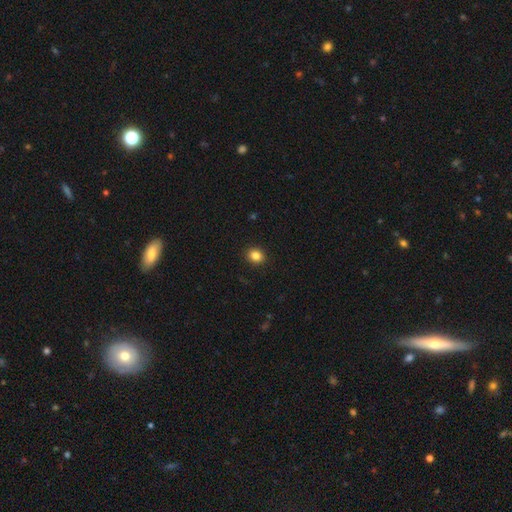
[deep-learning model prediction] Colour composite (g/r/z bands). It shows a smooth galaxy with no disk features (85%) that is round (74%). Merging: none (92%).